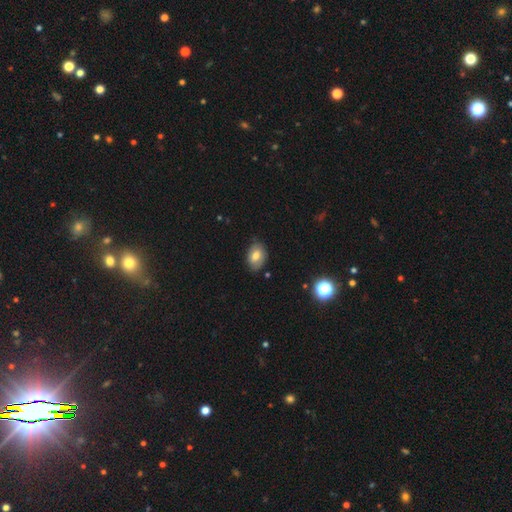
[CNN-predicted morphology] This appears to be a smooth galaxy with no disk features (72%) that is in between round and cigar-shaped (80%). Merging: none (79%).